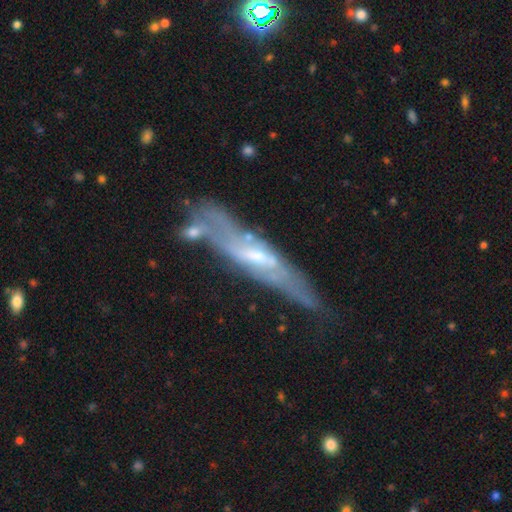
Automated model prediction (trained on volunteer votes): This appears to be a featured or disk galaxy (73%) viewed edge-on (62%). Merging: none (61%).